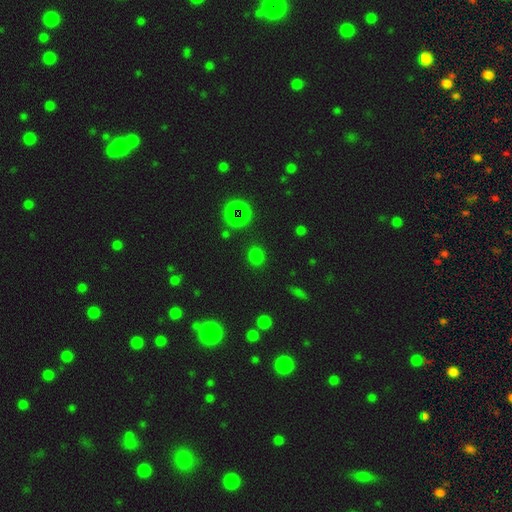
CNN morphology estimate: Smooth or featured: smooth — 72% (star or artifact — 23%)
How rounded: round — 85% (in between — 14%)
Merging: none — 87% (minor disturbance — 8%)